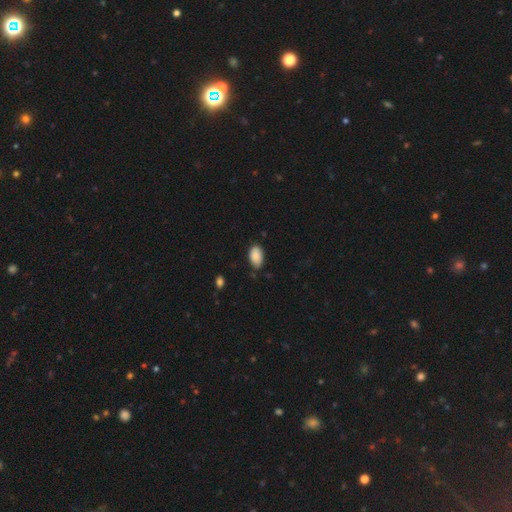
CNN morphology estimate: Smooth or featured: smooth — 88% (star or artifact — 7%)
How rounded: in between — 94% (round — 5%)
Merging: none — 73% (minor disturbance — 22%)